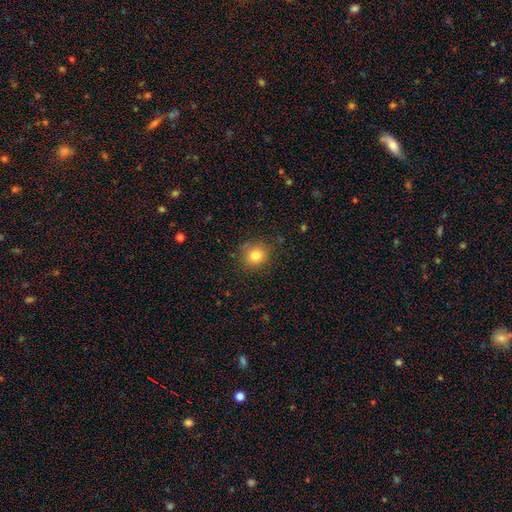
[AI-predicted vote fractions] smooth 81%, star or artifact 12%, featured or disk 7%. Down the decision tree: how rounded — round (83%); merging — none (82%).